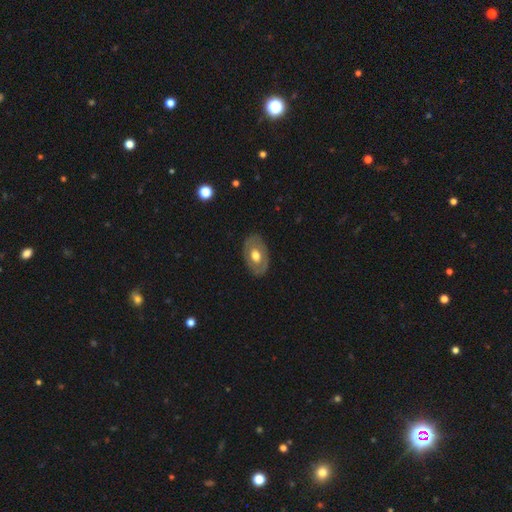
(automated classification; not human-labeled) This is possibly a featured or disk galaxy (52%). It is clearly not viewed edge-on (91%). Merging: clearly none (83%).